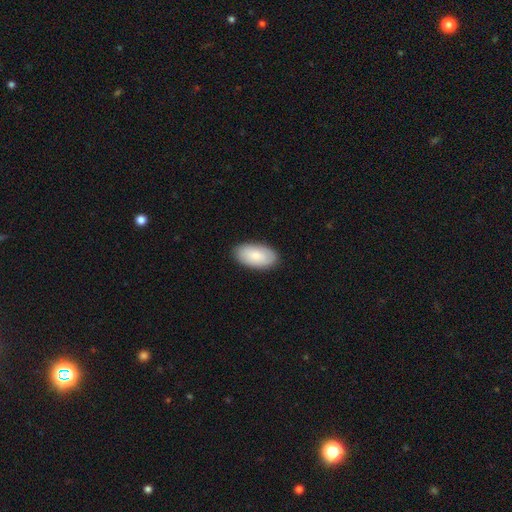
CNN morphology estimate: smooth-or-featured: smooth: 84% | featured or disk: 11% | star or artifact: 5%
  how-rounded: in between: 96% | round: 3% | cigar-shaped: 2%
  merging: none: 88% | minor disturbance: 9% | major disturbance: 2% | merger: 1%